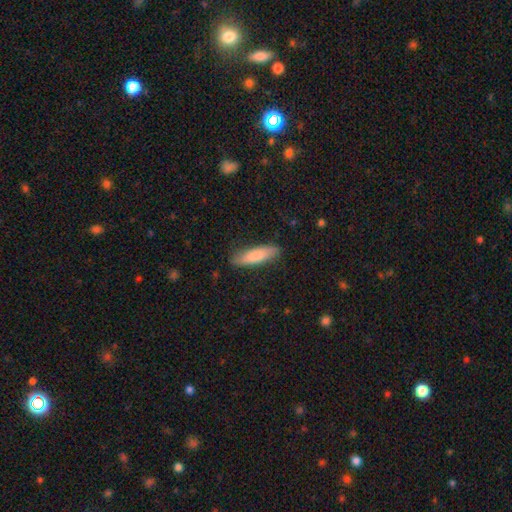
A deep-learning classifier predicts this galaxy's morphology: type=smooth (81%); roundness=cigar-shaped (69%); merging=none (84%).